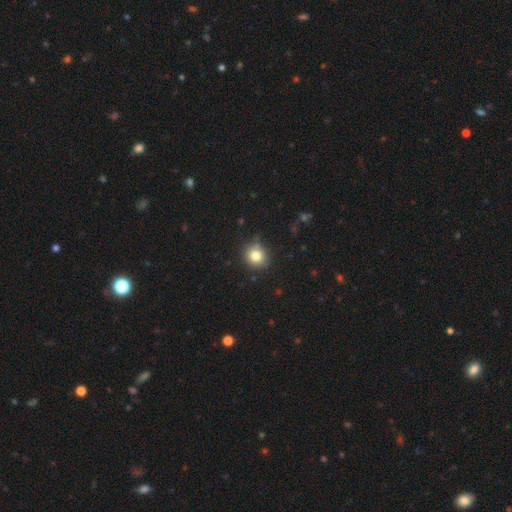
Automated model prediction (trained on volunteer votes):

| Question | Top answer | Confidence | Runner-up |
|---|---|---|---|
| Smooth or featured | smooth | 80% | star or artifact (13%) |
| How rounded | round | 87% | in between (12%) |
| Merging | none | 83% | minor disturbance (11%) |